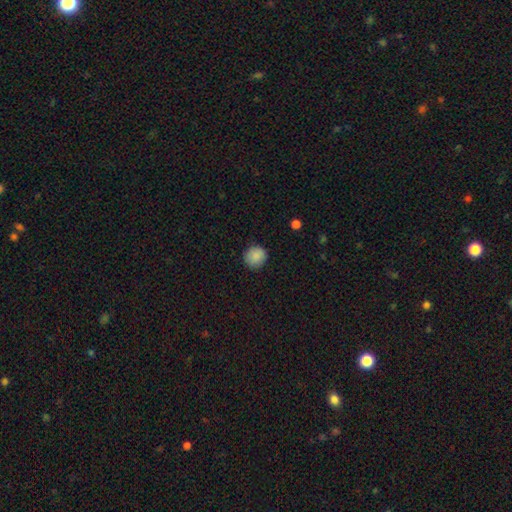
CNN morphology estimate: Overall: smooth (88%). How rounded: round (88%). Merging: none (87%).